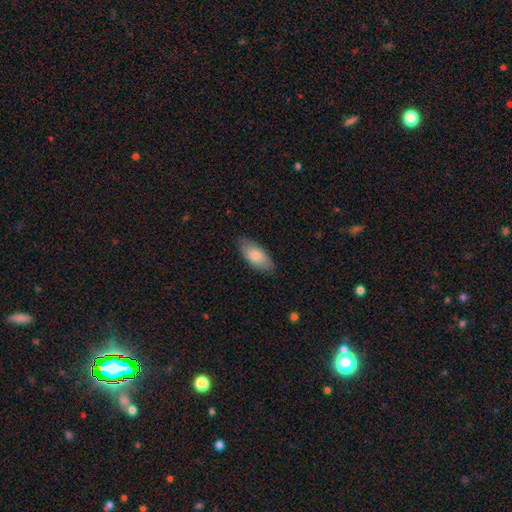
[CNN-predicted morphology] smooth 78%, featured or disk 17%, star or artifact 6%. Down the decision tree: how rounded — in between (90%); merging — none (82%).